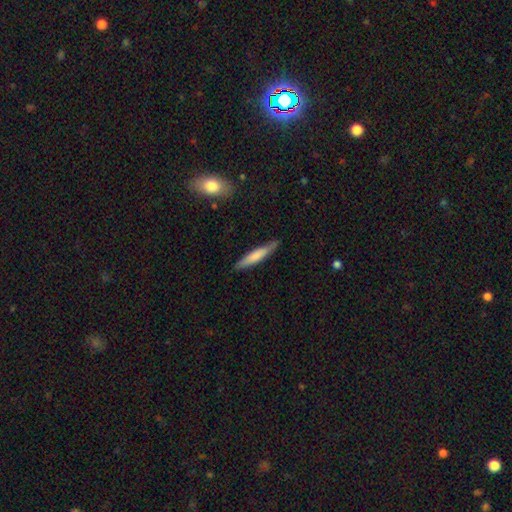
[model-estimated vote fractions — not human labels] Q: Smooth or featured?
A: smooth (66%); runner-up: featured or disk (28%)
Q: How rounded?
A: cigar-shaped (90%); runner-up: in between (9%)
Q: Merging?
A: none (82%); runner-up: minor disturbance (14%)